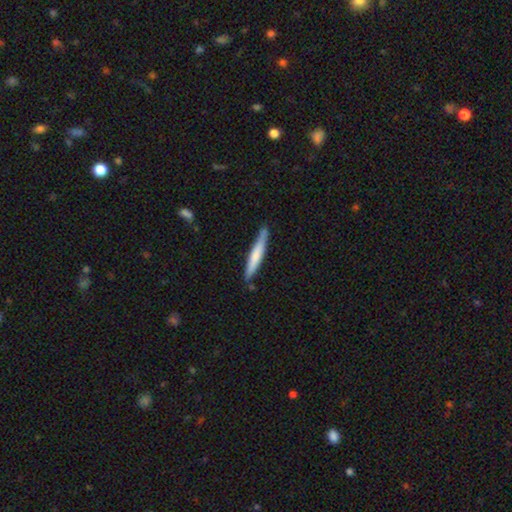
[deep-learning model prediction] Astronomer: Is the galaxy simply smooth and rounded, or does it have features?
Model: smooth — 63%.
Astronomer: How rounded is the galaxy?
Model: cigar-shaped — 94%.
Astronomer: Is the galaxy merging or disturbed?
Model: none — 83%.